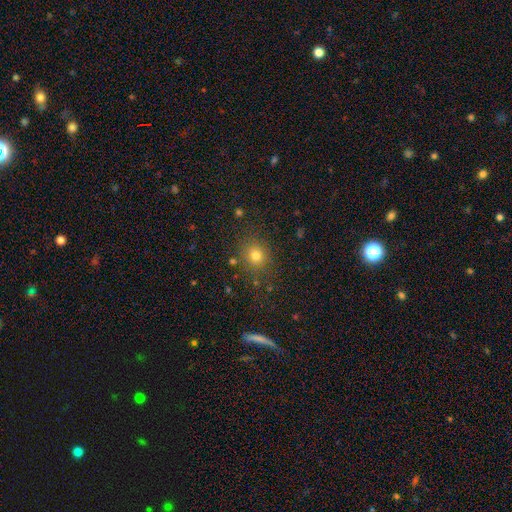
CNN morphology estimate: This appears to be a smooth galaxy with no disk features (75%) that is round (78%). Merging: none (83%).